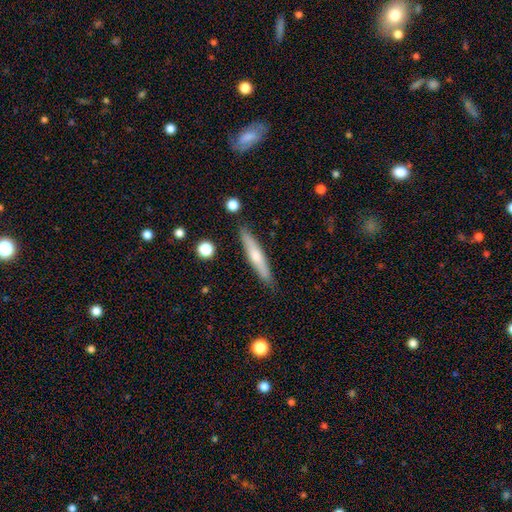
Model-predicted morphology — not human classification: smooth_or_featured: smooth (p=0.50) [alt: featured or disk p=0.43]
how_rounded: cigar-shaped (p=0.90) [alt: in between p=0.08]
merging: none (p=0.88) [alt: minor disturbance p=0.08]